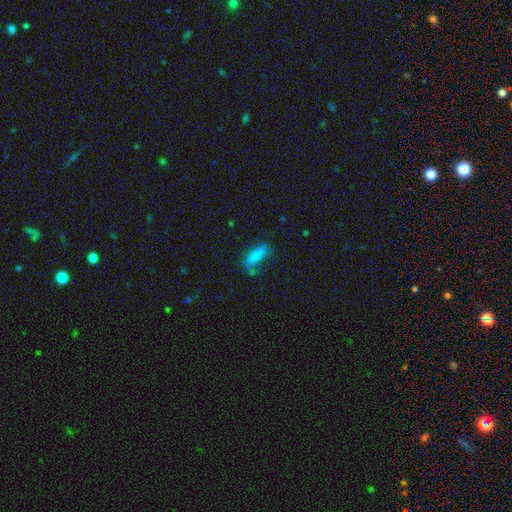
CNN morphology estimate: smooth_or_featured: smooth (p=0.79) [alt: featured or disk p=0.13]
how_rounded: cigar-shaped (p=0.50) [alt: in between p=0.48]
merging: none (p=0.56) [alt: minor disturbance p=0.25]